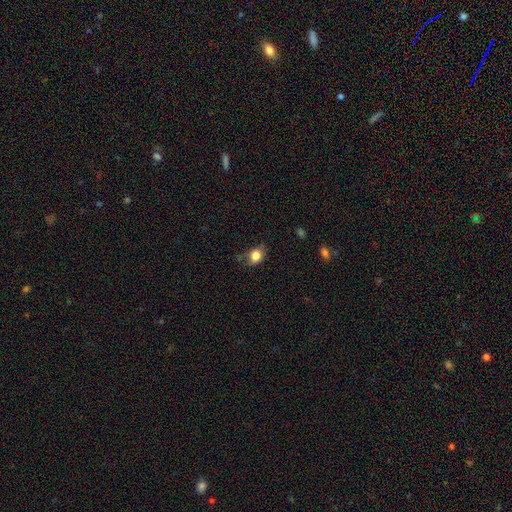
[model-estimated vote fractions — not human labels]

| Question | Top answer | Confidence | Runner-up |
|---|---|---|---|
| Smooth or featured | smooth | 81% | featured or disk (10%) |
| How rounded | in between | 61% | round (38%) |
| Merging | none | 61% | minor disturbance (30%) |